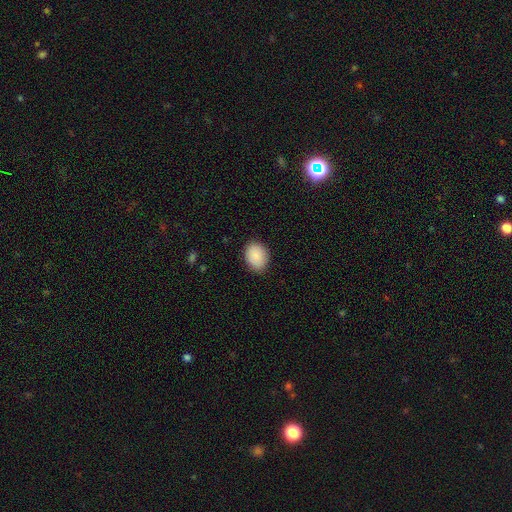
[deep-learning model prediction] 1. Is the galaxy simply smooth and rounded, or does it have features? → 89% smooth, 7% star or artifact, 4% featured or disk.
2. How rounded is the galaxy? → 68% in between, 31% round, 1% cigar-shaped.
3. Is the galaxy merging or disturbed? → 86% none, 11% minor disturbance, 2% major disturbance, 1% merger.